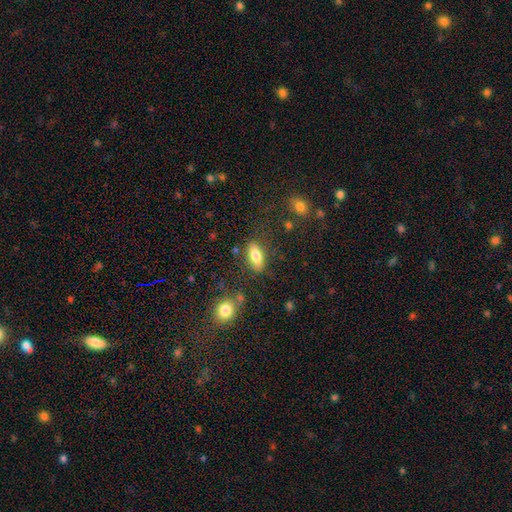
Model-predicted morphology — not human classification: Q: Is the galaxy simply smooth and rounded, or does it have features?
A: smooth — 79%.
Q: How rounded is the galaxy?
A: in between — 84%.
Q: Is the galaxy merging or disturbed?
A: none — 78%.